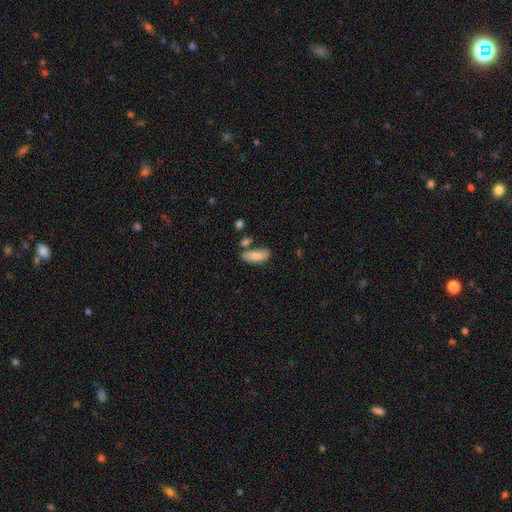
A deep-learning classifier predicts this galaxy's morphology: A smooth galaxy with no disk features (84%) that is in between round and cigar-shaped (78%).

Vote fractions:
- Smooth or featured? smooth: 84% / featured or disk: 10% / star or artifact: 7%
- How rounded? in between: 78% / cigar-shaped: 20% / round: 2%
- Merging? none: 59% / minor disturbance: 21% / merger: 14% / major disturbance: 6%